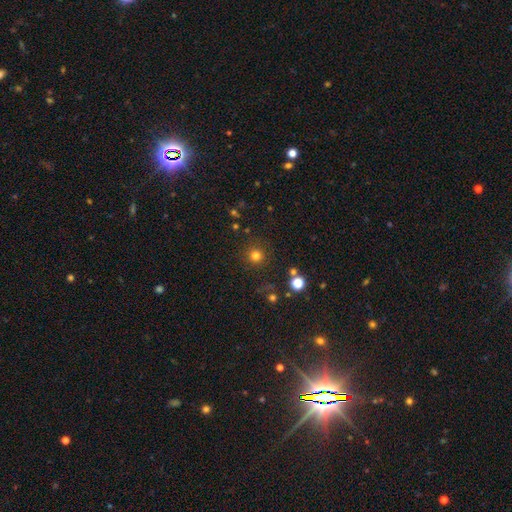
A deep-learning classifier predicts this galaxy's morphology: Smooth or featured?
  - smooth: 78% *
  - star or artifact: 17%
  - featured or disk: 5%
How rounded?
  - round: 95% *
  - in between: 4%
  - cigar-shaped: 1%
Merging?
  - none: 88% *
  - minor disturbance: 7%
  - major disturbance: 3%
  - merger: 2%